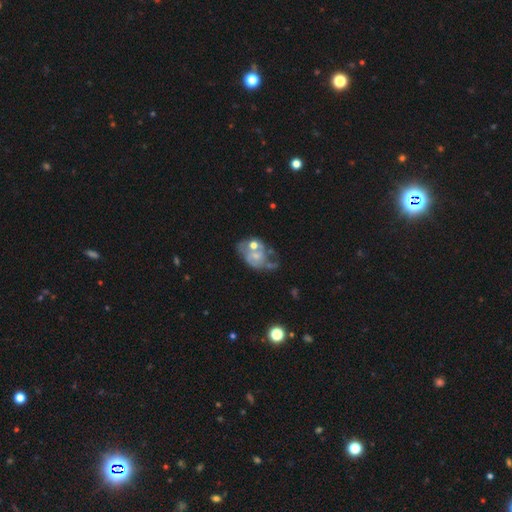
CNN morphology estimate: type=featured or disk (66%); edge-on=no (97%); bar=no (76%); spiral arms=yes (57%); bulge=small (46%); merging=merger (29%).